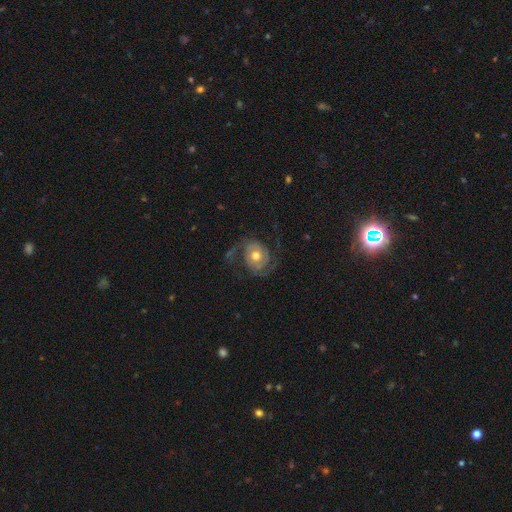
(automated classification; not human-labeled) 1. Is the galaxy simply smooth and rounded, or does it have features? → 78% featured or disk, 16% smooth, 6% star or artifact.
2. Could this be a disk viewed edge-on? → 97% no, 3% yes.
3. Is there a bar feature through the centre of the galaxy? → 76% no, 19% weak, 5% strong.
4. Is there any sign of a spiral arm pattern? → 91% yes, 9% no.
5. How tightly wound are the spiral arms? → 41% medium, 31% loose, 29% tight.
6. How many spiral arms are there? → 75% 2, 8% can't tell, 7% 3, 5% 1, 3% 4, 2% more than 4.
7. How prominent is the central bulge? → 74% moderate, 15% small, 8% large, 1% dominant, 1% none.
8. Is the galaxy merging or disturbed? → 60% none, 21% major disturbance, 17% minor disturbance, 2% merger.